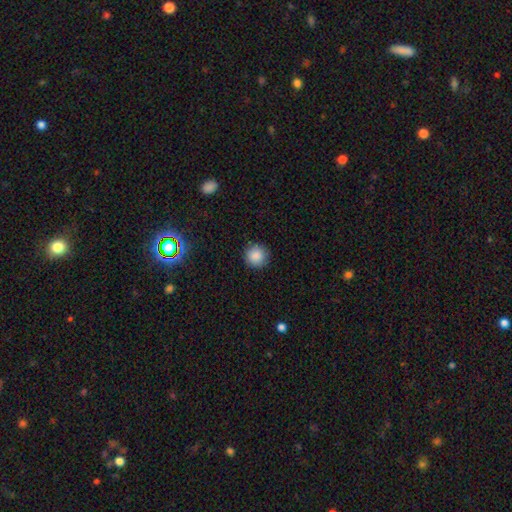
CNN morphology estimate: smooth-or-featured: smooth: 87% | star or artifact: 9% | featured or disk: 3%
  how-rounded: round: 95% | in between: 4% | cigar-shaped: 1%
  merging: none: 91% | minor disturbance: 7% | major disturbance: 2% | merger: 1%